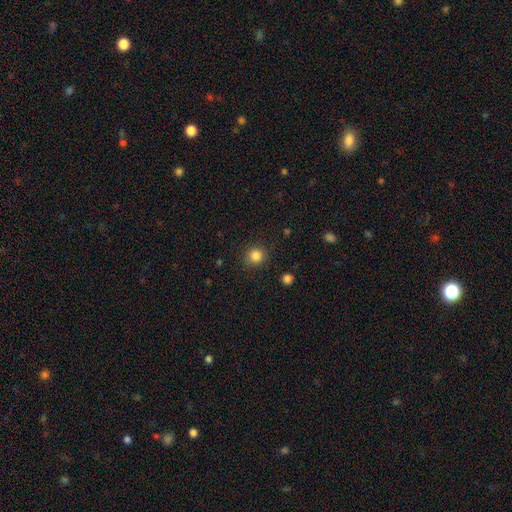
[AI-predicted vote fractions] A smooth galaxy with no disk features (84%) that is round (91%).

Vote fractions:
- Smooth or featured? smooth: 84% / star or artifact: 12% / featured or disk: 4%
- How rounded? round: 91% / in between: 8% / cigar-shaped: 1%
- Merging? none: 88% / minor disturbance: 8% / major disturbance: 3% / merger: 1%